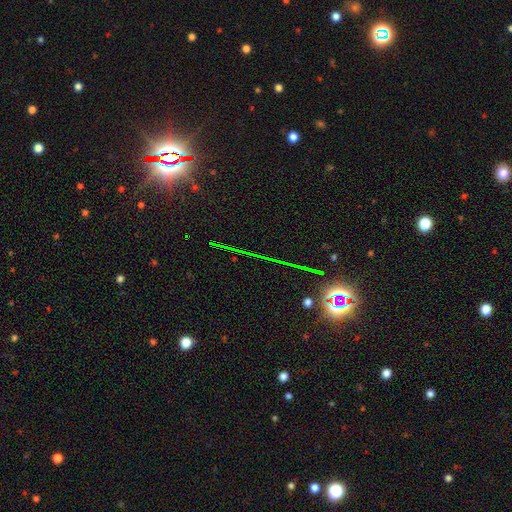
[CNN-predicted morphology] smooth_or_featured: star or artifact (p=0.80) [alt: featured or disk p=0.10]